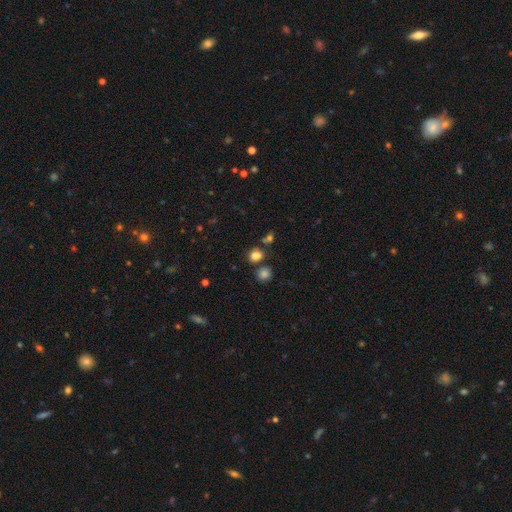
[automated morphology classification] This is likely a smooth galaxy (79%). How rounded: likely round (66%). Merging: likely none (69%).